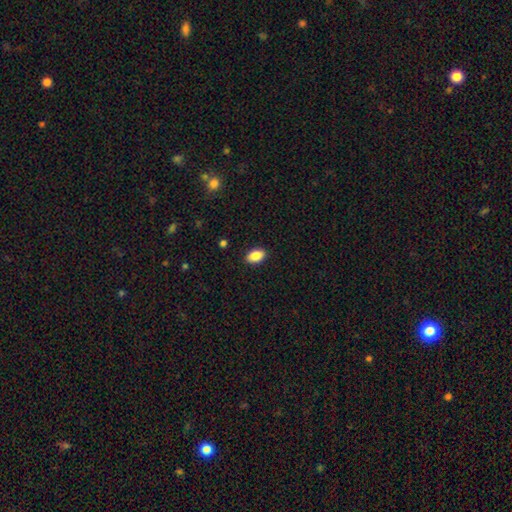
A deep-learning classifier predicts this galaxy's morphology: Q: Smooth or featured?
A: smooth (87%); runner-up: star or artifact (8%)
Q: How rounded?
A: in between (92%); runner-up: round (6%)
Q: Merging?
A: none (89%); runner-up: minor disturbance (8%)